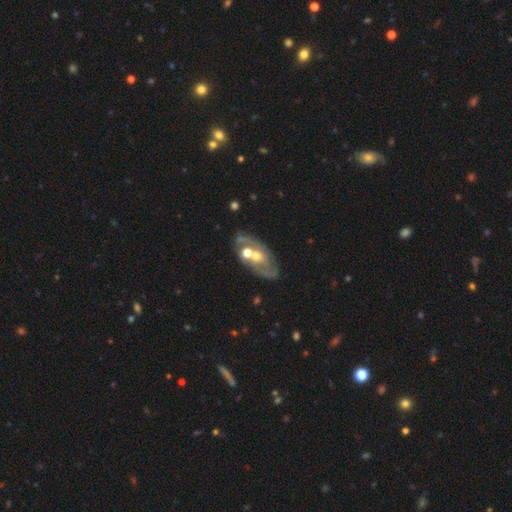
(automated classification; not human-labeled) A featured or disk galaxy (67%) with no bar (79%), no spiral arms (55%) and a moderate central bulge (66%).

Vote fractions:
- Smooth or featured? featured or disk: 67% / smooth: 25% / star or artifact: 8%
- Edge-on disk? no: 93% / yes: 7%
- Bar? no: 79% / weak: 16% / strong: 5%
- Spiral arms? no: 55% / yes: 45%
- Bulge size? moderate: 66% / small: 22% / large: 8% / none: 3% / dominant: 2%
- Merging? none: 51% / merger: 25% / minor disturbance: 16% / major disturbance: 8%